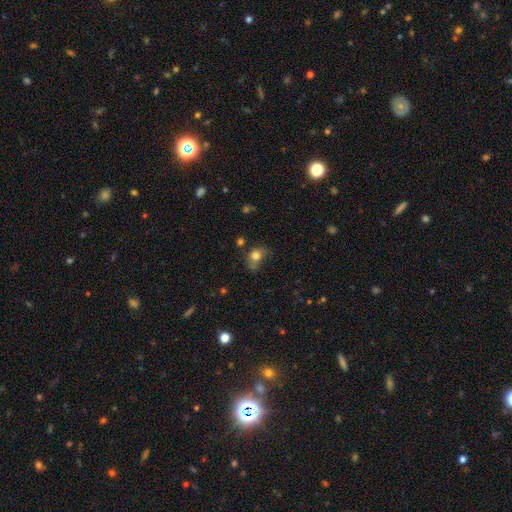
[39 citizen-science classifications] Smooth or featured? 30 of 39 (77%) said smooth. How rounded? 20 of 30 (67%) said in between. Merging? 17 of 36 (47%) said minor disturbance.